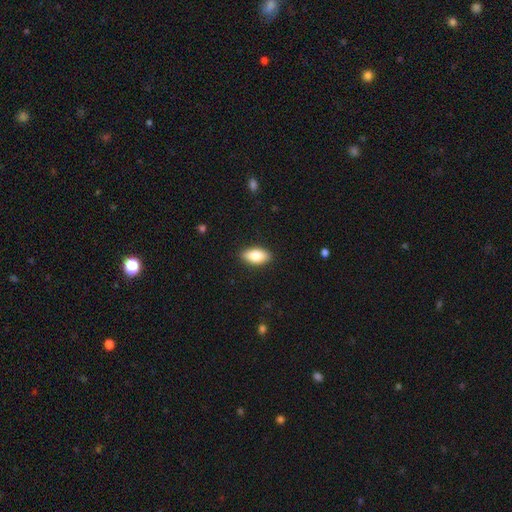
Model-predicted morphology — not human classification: smooth_or_featured: smooth (p=0.82) [alt: featured or disk p=0.12]
how_rounded: in between (p=0.91) [alt: cigar-shaped p=0.06]
merging: none (p=0.89) [alt: minor disturbance p=0.08]